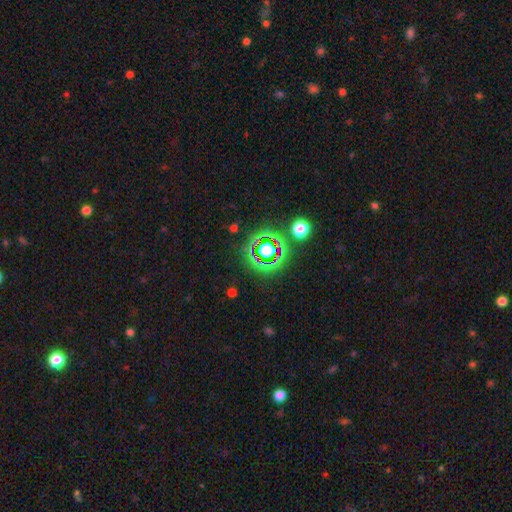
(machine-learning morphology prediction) Smooth or featured? star or artifact (76%)